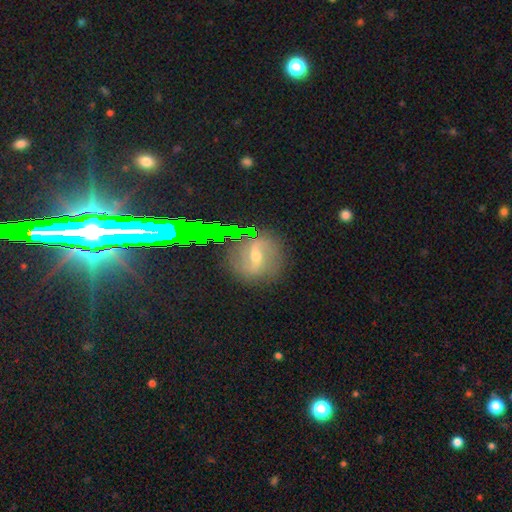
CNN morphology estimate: Smooth or featured?
  - featured or disk: 60% *
  - smooth: 22%
  - star or artifact: 18%
Edge-on disk?
  - no: 88% *
  - yes: 12%
Bar?
  - weak: 42% * (tied)
  - strong: 42% * (tied)
  - no: 15%
Spiral arms?
  - yes: 73% *
  - no: 27%
Bulge size?
  - moderate: 51% *
  - small: 43%
  - large: 3%
  - none: 2%
  - dominant: 1%
Merging?
  - none: 75% *
  - minor disturbance: 15%
  - major disturbance: 6%
  - merger: 3%